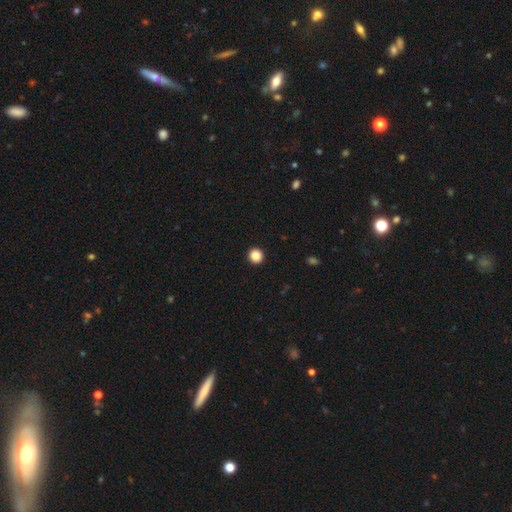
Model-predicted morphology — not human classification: Smooth or featured? Predicted: smooth (p=0.86). How rounded? Predicted: round (p=0.95). Merging? Predicted: none (p=0.94).